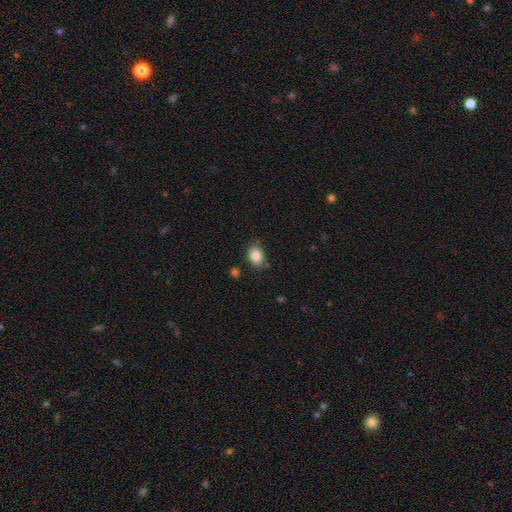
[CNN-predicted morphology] Smooth or featured: smooth — 85% (star or artifact — 9%)
How rounded: in between — 74% (round — 25%)
Merging: none — 77% (minor disturbance — 17%)